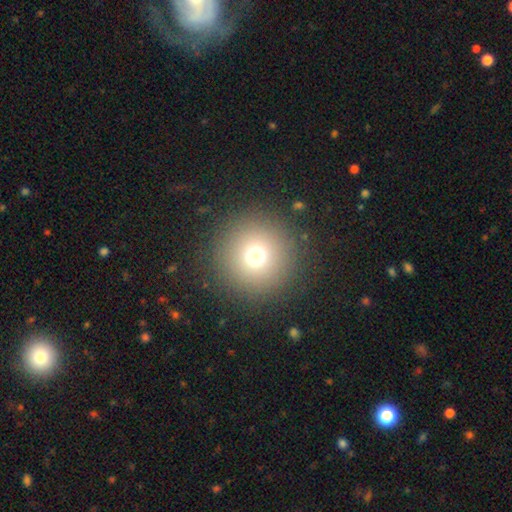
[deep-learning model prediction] This is likely a smooth galaxy (72%). How rounded: clearly round (97%). Merging: clearly none (90%).